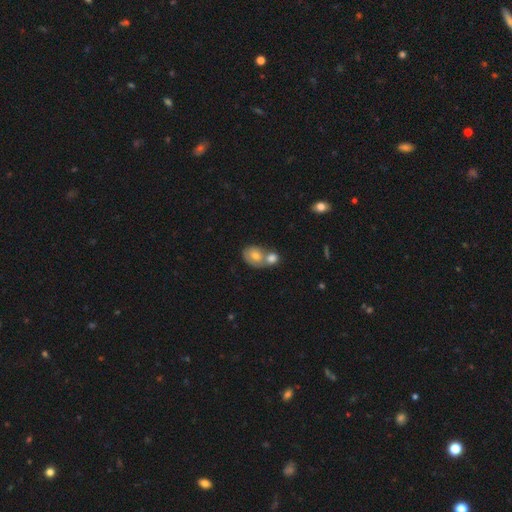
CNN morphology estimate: This is likely a smooth galaxy (64%). How rounded: possibly round (56%). Merging: possibly merger (51%).